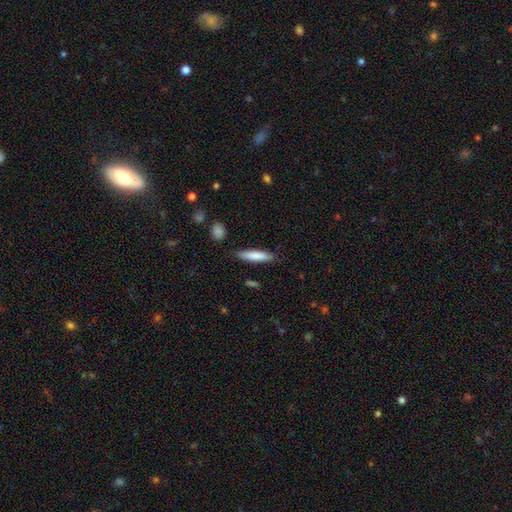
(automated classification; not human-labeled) smooth 82%, featured or disk 13%, star or artifact 6%. Down the decision tree: how rounded — cigar-shaped (77%); merging — none (85%).